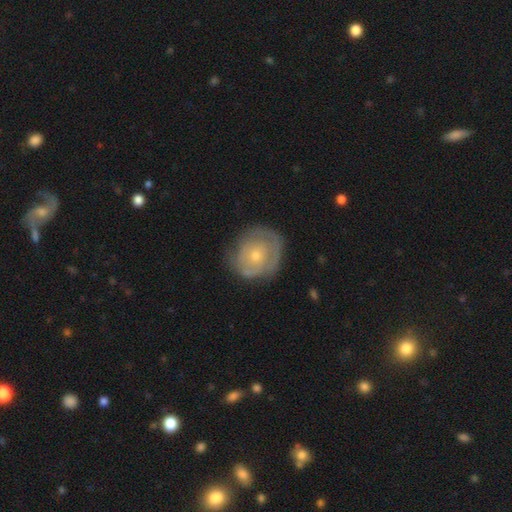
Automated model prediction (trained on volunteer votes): Q: Smooth or featured?
A: featured or disk (60%); runner-up: smooth (34%)
Q: Edge-on disk?
A: no (97%); runner-up: yes (3%)
Q: Bar?
A: no (84%); runner-up: weak (13%)
Q: Spiral arms?
A: yes (63%); runner-up: no (37%)
Q: Bulge size?
A: small (56%); runner-up: moderate (40%)
Q: Merging?
A: none (69%); runner-up: minor disturbance (22%)